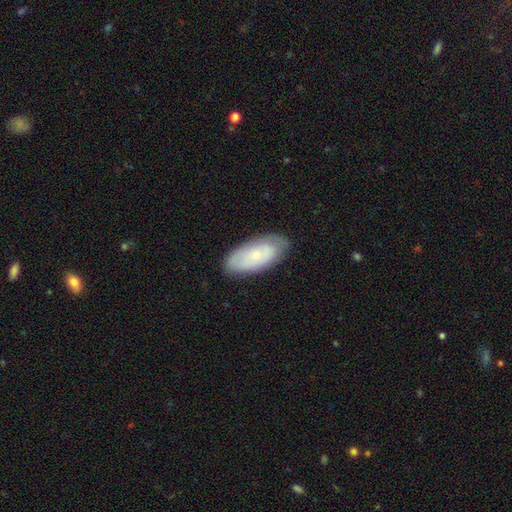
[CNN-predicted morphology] smooth_or_featured: smooth (p=0.60) [alt: featured or disk p=0.33]
how_rounded: in between (p=0.90) [alt: cigar-shaped p=0.07]
merging: none (p=0.79) [alt: minor disturbance p=0.16]